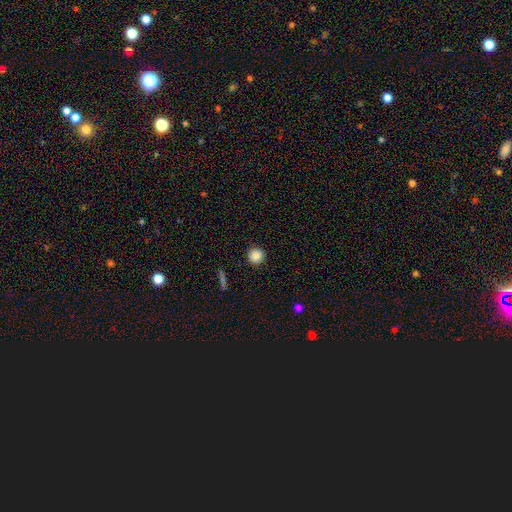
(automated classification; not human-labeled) A smooth galaxy with no disk features (87%) that is round (95%).

Vote fractions:
- Smooth or featured? smooth: 87% / star or artifact: 9% / featured or disk: 3%
- How rounded? round: 95% / in between: 4% / cigar-shaped: 1%
- Merging? none: 92% / minor disturbance: 5% / major disturbance: 2% / merger: 1%